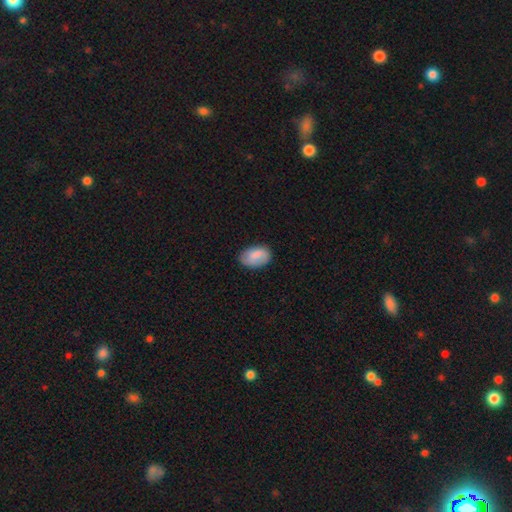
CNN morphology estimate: A smooth galaxy with no disk features (80%) that is in between round and cigar-shaped (89%).

Vote fractions:
- Smooth or featured? smooth: 80% / featured or disk: 14% / star or artifact: 7%
- How rounded? in between: 89% / round: 9% / cigar-shaped: 1%
- Merging? none: 72% / minor disturbance: 22% / major disturbance: 5% / merger: 1%